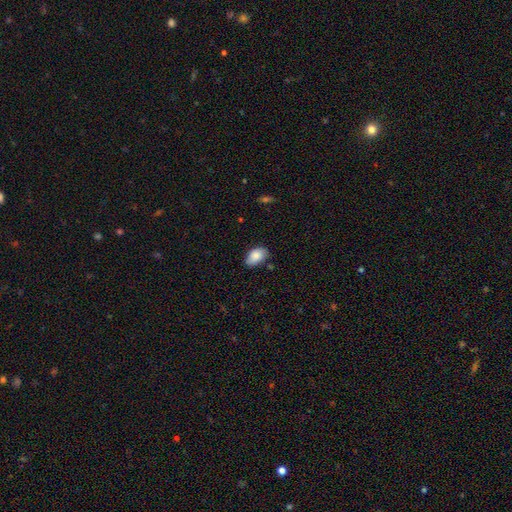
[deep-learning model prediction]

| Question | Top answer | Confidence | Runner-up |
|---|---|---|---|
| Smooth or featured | smooth | 85% | featured or disk (8%) |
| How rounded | in between | 91% | round (8%) |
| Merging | none | 73% | minor disturbance (21%) |